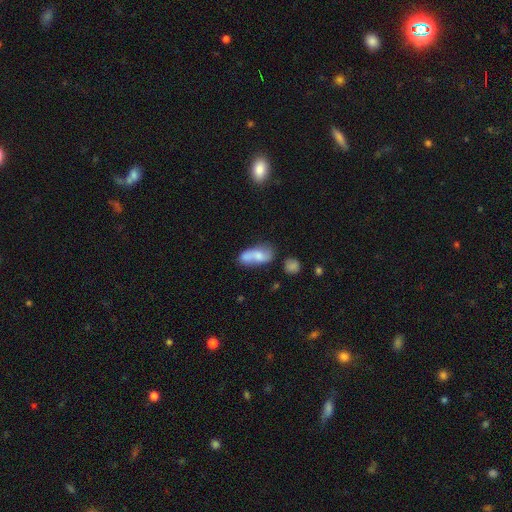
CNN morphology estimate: This appears to be a smooth galaxy with no disk features (57%) that is in between round and cigar-shaped (82%). Merging: none (36%).